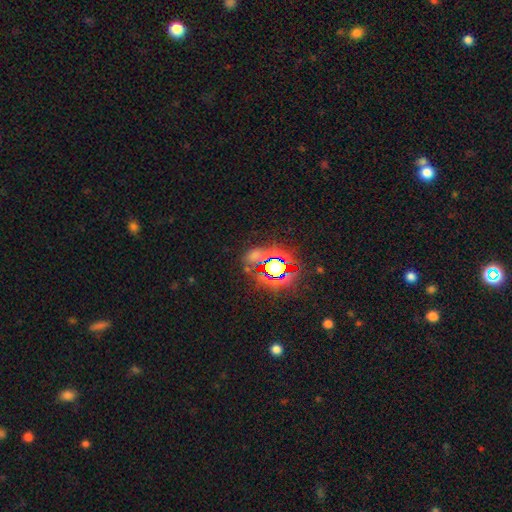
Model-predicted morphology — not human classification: Q: Smooth or featured?
A: star or artifact (62%); runner-up: smooth (28%)